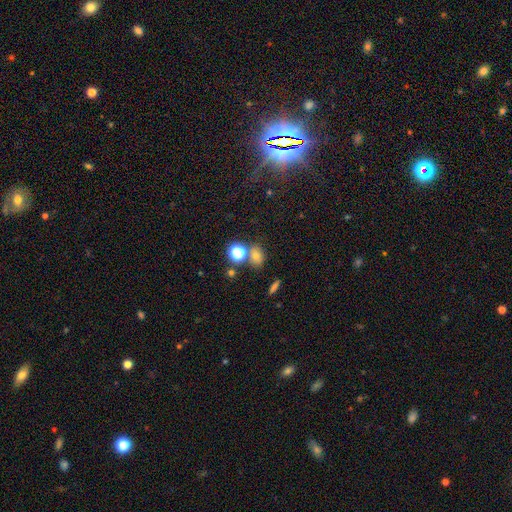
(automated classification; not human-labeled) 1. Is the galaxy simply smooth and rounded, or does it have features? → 69% smooth, 21% star or artifact, 10% featured or disk.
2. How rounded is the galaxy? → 53% in between, 45% round, 2% cigar-shaped.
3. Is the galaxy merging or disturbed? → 65% none, 20% merger, 11% minor disturbance, 4% major disturbance.